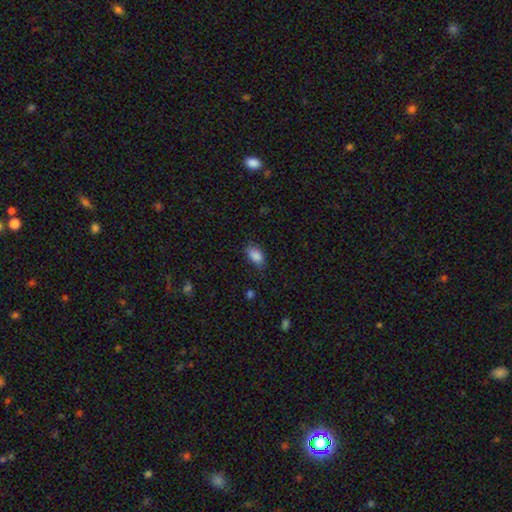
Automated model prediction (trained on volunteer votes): This appears to be a smooth galaxy with no disk features (87%) that is in between round and cigar-shaped (90%). Merging: none (74%).